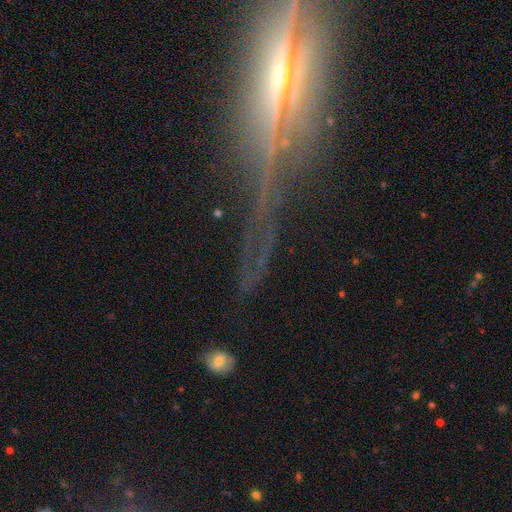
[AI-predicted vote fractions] Smooth or featured? Predicted: featured or disk (p=0.45). Merging? Predicted: none (p=0.63).